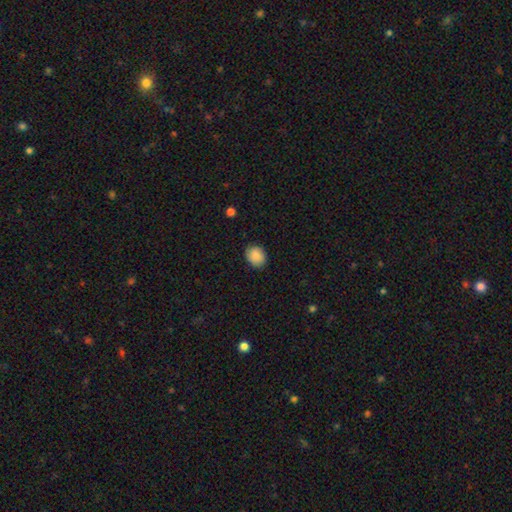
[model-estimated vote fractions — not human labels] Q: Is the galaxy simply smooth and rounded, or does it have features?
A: smooth — 88%.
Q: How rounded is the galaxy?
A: round — 56%.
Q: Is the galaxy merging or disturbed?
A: none — 86%.